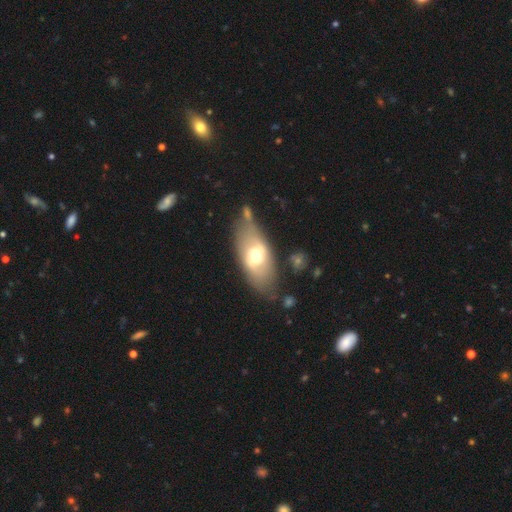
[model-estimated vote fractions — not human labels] Overall: smooth (48%; featured or disk 46%). Merging: none (66%).